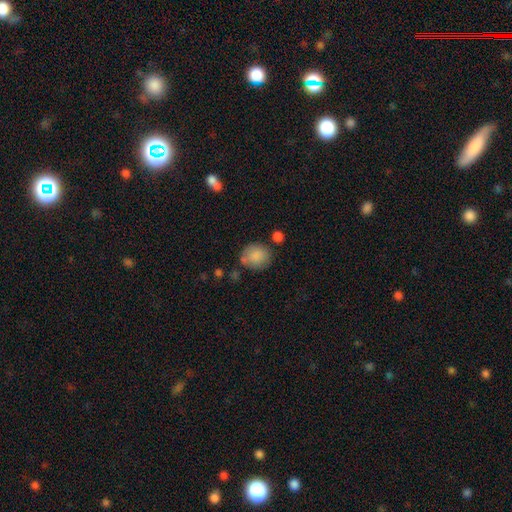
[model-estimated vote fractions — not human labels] Smooth or featured? Predicted: smooth (p=0.85). How rounded? Predicted: round (p=0.76). Merging? Predicted: none (p=0.66).